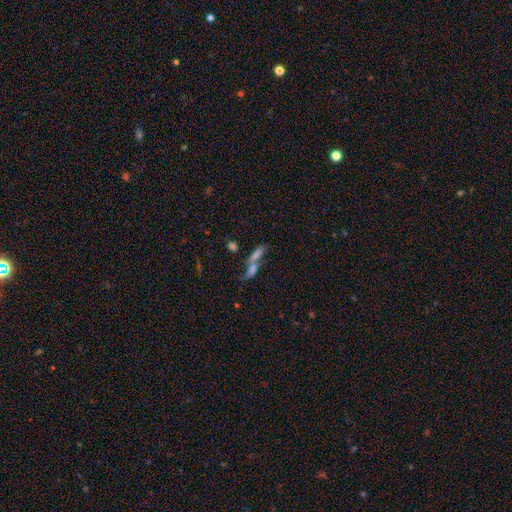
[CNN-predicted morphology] Overall: smooth (46%; featured or disk 34%). Merging: merger (54%; none 29%).